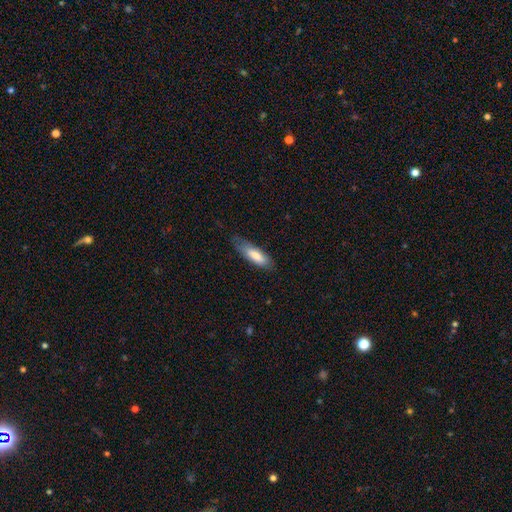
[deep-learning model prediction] smooth-or-featured: smooth: 78% | featured or disk: 17% | star or artifact: 6%
  how-rounded: in between: 51% | cigar-shaped: 48% | round: 1%
  merging: none: 69% | minor disturbance: 24% | major disturbance: 6% | merger: 1%